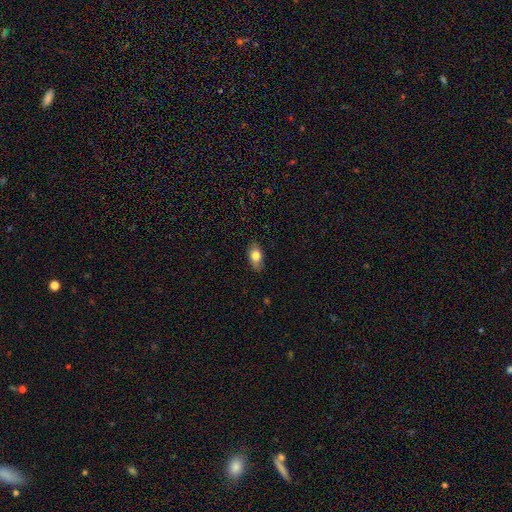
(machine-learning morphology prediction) A smooth galaxy with no disk features (78%) that is in between round and cigar-shaped (89%).

Vote fractions:
- Smooth or featured? smooth: 78% / featured or disk: 15% / star or artifact: 8%
- How rounded? in between: 89% / round: 8% / cigar-shaped: 3%
- Merging? none: 83% / minor disturbance: 13% / major disturbance: 3% / merger: 1%